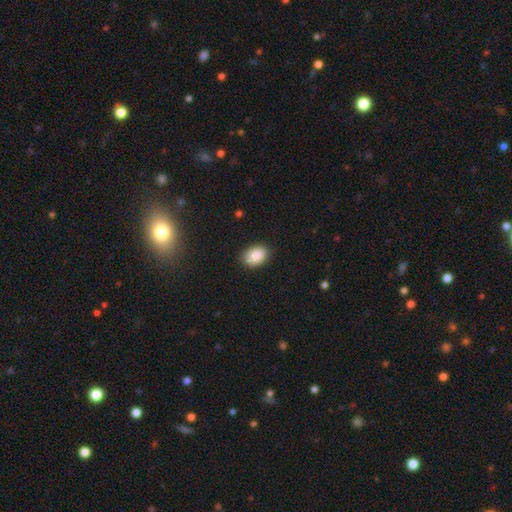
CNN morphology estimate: type=smooth (89%); roundness=in between (83%); merging=none (85%).